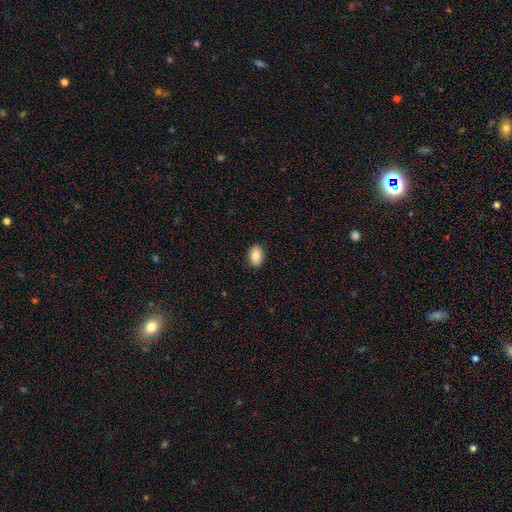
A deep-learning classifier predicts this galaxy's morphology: A smooth galaxy with no disk features (84%) that is in between round and cigar-shaped (82%). Merging: none (90%).